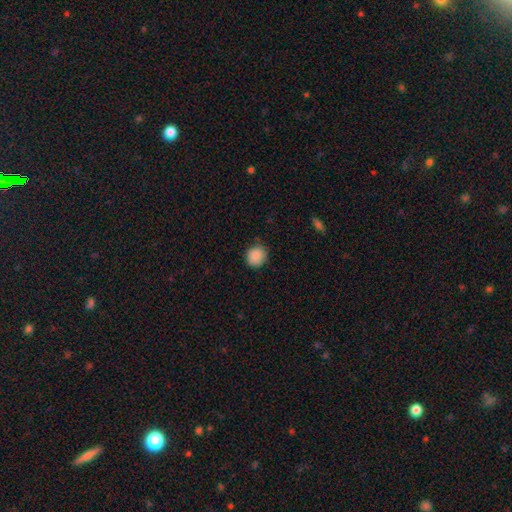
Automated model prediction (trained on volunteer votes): smooth 89%, star or artifact 8%, featured or disk 3%. Down the decision tree: how rounded — round (86%); merging — none (83%).